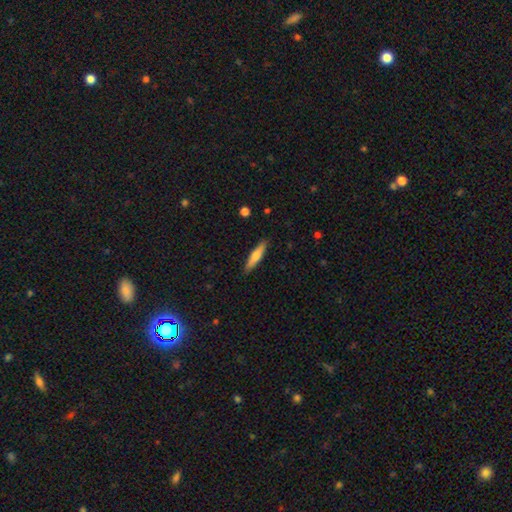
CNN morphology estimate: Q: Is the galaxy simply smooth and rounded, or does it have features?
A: smooth — 66%.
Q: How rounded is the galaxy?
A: cigar-shaped — 83%.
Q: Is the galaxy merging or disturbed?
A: none — 89%.